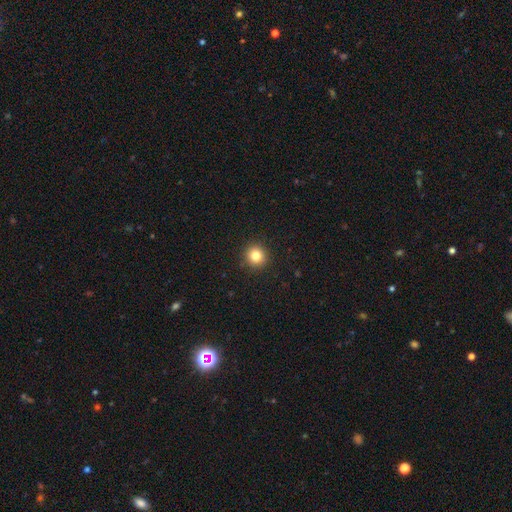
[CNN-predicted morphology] Q: Smooth or featured?
A: smooth (82%); runner-up: star or artifact (12%)
Q: How rounded?
A: round (94%); runner-up: in between (5%)
Q: Merging?
A: none (92%); runner-up: minor disturbance (5%)